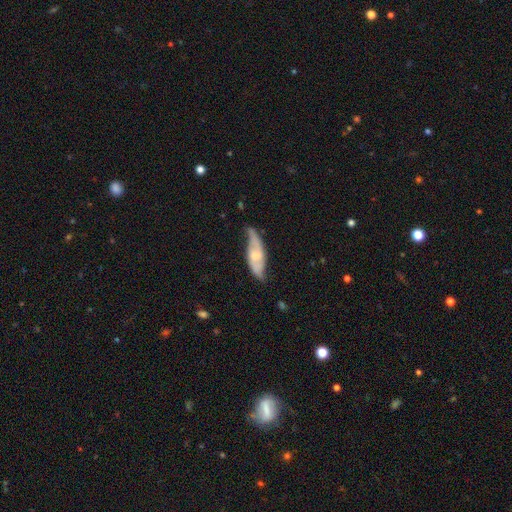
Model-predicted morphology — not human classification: type=featured or disk (62%); edge-on=no (75%); merging=none (55%).